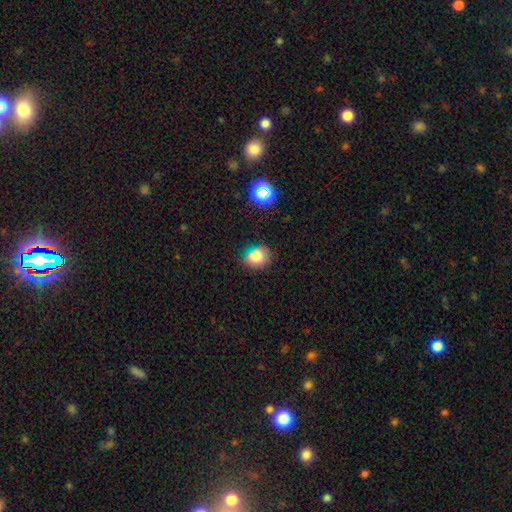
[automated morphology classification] A smooth galaxy with no disk features (78%) that is round (59%).

Vote fractions:
- Smooth or featured? smooth: 78% / star or artifact: 14% / featured or disk: 8%
- How rounded? round: 59% / in between: 40% / cigar-shaped: 1%
- Merging? none: 76% / minor disturbance: 17% / major disturbance: 4% / merger: 3%